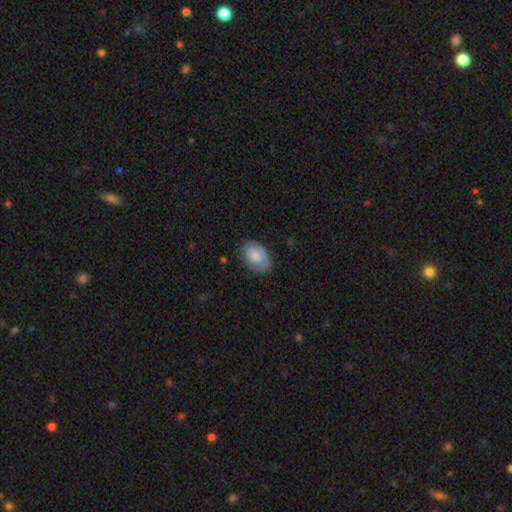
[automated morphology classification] Smooth or featured: smooth — 74% (featured or disk — 19%)
How rounded: in between — 85% (round — 14%)
Merging: none — 70% (minor disturbance — 23%)